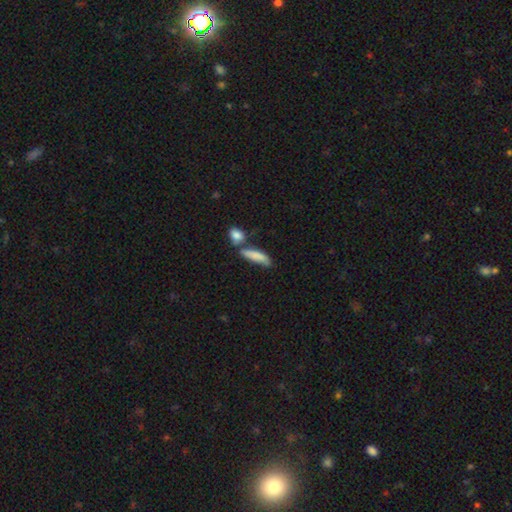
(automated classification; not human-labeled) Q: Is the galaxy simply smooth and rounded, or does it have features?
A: smooth — 81%.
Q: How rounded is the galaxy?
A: cigar-shaped — 57%.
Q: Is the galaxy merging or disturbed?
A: none — 47%.